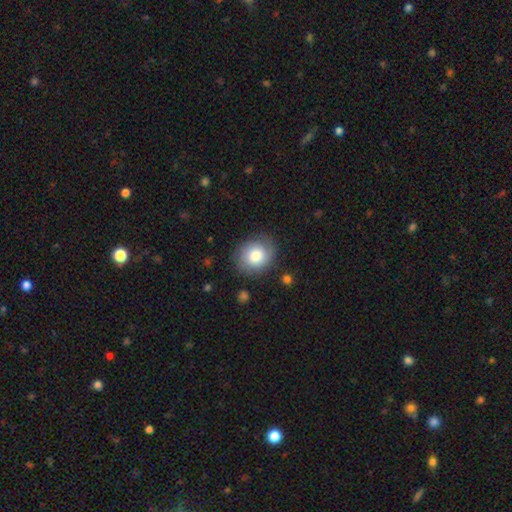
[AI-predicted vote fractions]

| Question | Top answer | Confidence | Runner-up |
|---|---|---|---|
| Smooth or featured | smooth | 77% | featured or disk (15%) |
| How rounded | round | 71% | in between (28%) |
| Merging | none | 81% | minor disturbance (13%) |